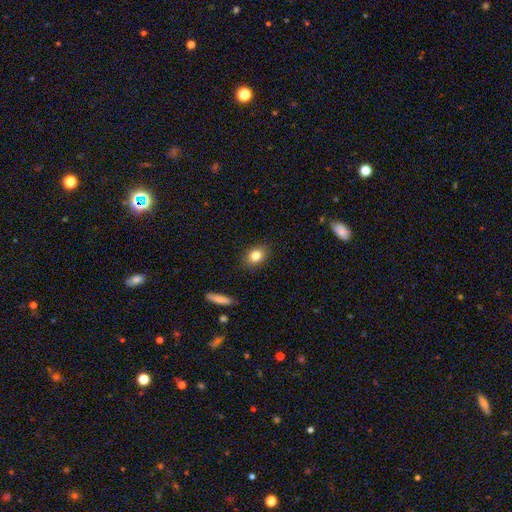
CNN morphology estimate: smooth_or_featured: smooth (p=0.81) [alt: star or artifact p=0.10]
how_rounded: in between (p=0.57) [alt: round p=0.41]
merging: none (p=0.88) [alt: minor disturbance p=0.09]